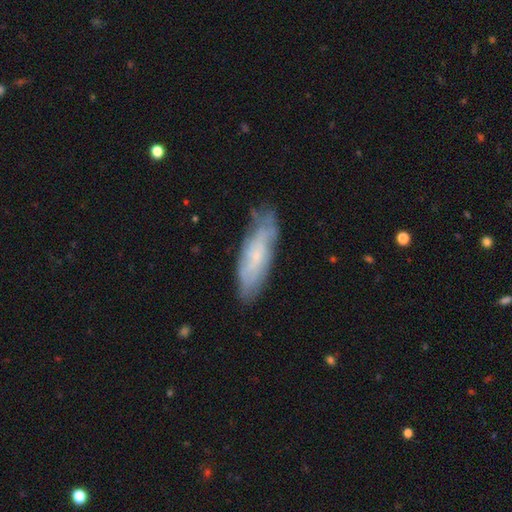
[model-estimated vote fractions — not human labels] This appears to be a featured or disk galaxy (55%). Merging: none (71%).